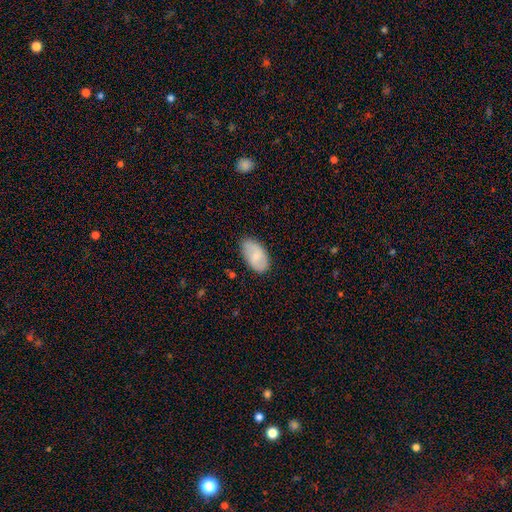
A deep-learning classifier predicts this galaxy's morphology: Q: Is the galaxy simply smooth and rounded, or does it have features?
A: smooth — 69%.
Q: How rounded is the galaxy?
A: in between — 94%.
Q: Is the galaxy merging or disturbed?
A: none — 77%.